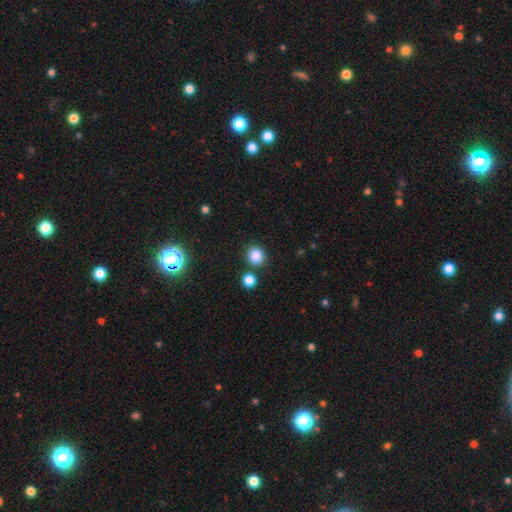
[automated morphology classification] Smooth or featured?
  - smooth: 84% *
  - star or artifact: 12%
  - featured or disk: 4%
How rounded?
  - round: 81% *
  - in between: 18%
  - cigar-shaped: 1%
Merging?
  - none: 82% *
  - minor disturbance: 8%
  - merger: 7%
  - major disturbance: 3%